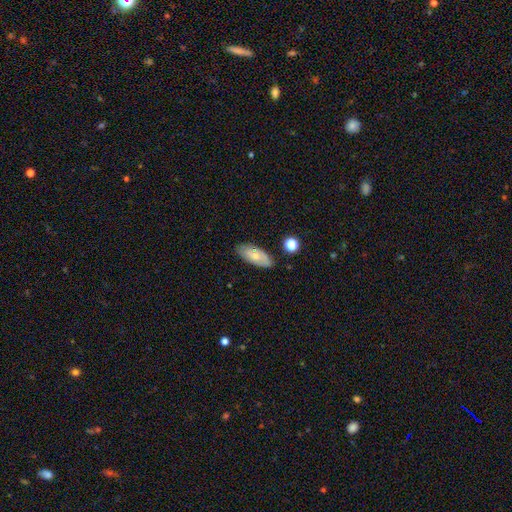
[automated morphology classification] smooth_or_featured: smooth (p=0.60) [alt: featured or disk p=0.33]
how_rounded: in between (p=0.86) [alt: cigar-shaped p=0.10]
merging: none (p=0.80) [alt: minor disturbance p=0.15]